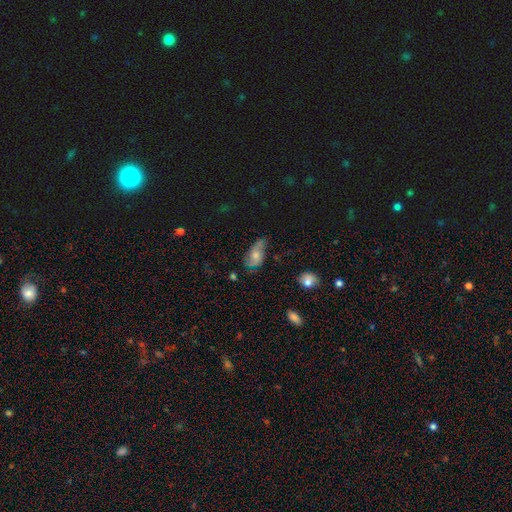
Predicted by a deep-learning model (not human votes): This is possibly a featured or disk galaxy (46%). Merging: marginally none (44%).